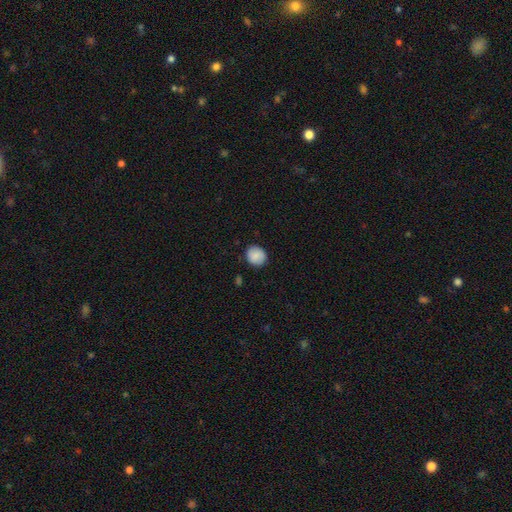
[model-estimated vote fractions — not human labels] Smooth or featured?
  - smooth: 85% *
  - star or artifact: 7%
  - featured or disk: 7%
How rounded?
  - round: 82% *
  - in between: 17%
  - cigar-shaped: 1%
Merging?
  - none: 85% *
  - minor disturbance: 11%
  - major disturbance: 2%
  - merger: 1%